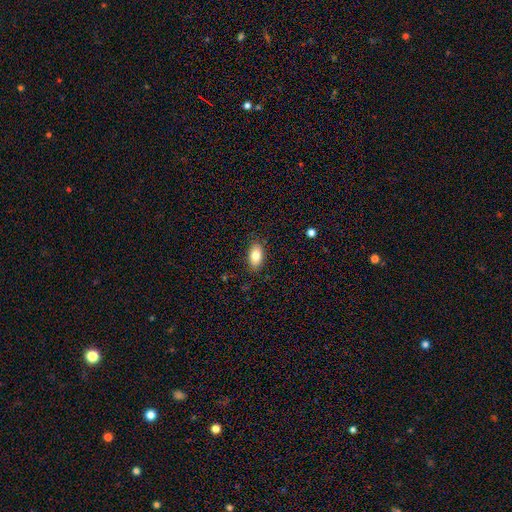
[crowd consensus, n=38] A smooth galaxy with no disk features (79%) that is in between round and cigar-shaped (97%).

Vote fractions:
- Smooth or featured? smooth: 79% / featured or disk: 11% / star or artifact: 11%
- How rounded? in between: 97% / cigar-shaped: 3% / round: 0%
- Merging? none: 76% / minor disturbance: 21% / major disturbance: 3% / merger: 0%